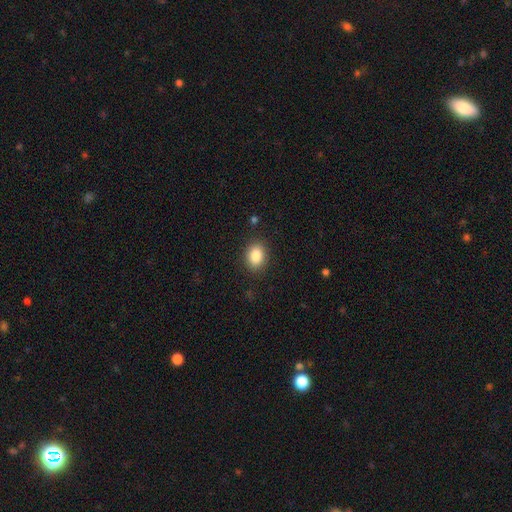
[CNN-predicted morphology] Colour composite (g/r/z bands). It shows a smooth galaxy with no disk features (86%) that is in between round and cigar-shaped (66%). Merging: none (88%).